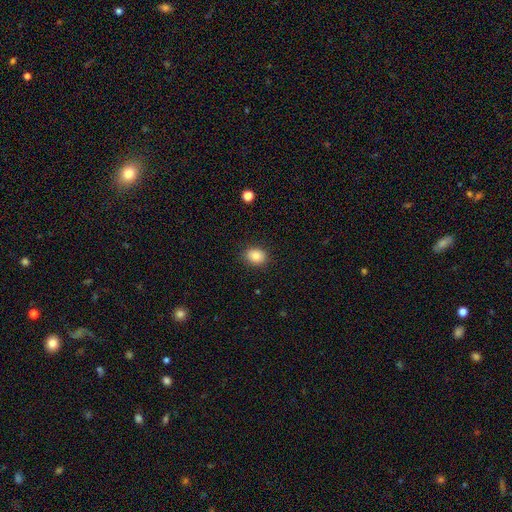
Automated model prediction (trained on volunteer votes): This appears to be a smooth galaxy with no disk features (86%) that is in between round and cigar-shaped (54%). Merging: none (87%).